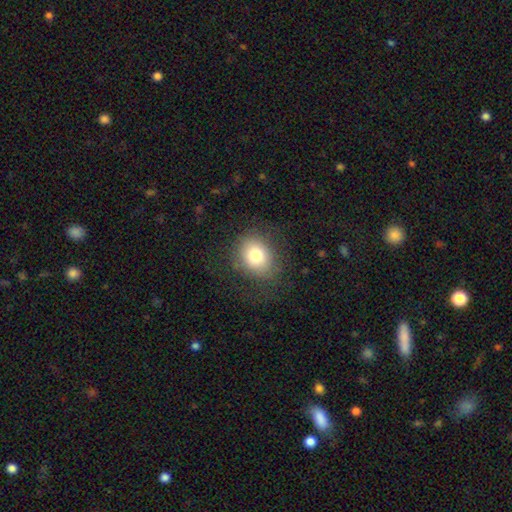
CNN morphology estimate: smooth 77%, featured or disk 11%, star or artifact 11%. Down the decision tree: how rounded — round (65%); merging — none (77%).